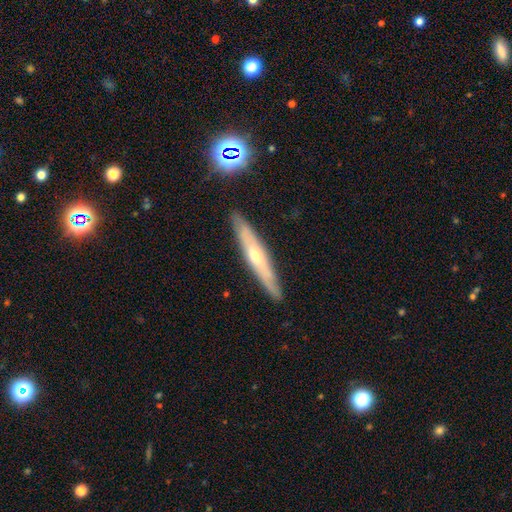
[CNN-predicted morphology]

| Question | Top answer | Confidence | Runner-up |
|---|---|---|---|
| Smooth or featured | featured or disk | 58% | smooth (36%) |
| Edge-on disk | yes | 84% | no (16%) |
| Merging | none | 88% | minor disturbance (9%) |